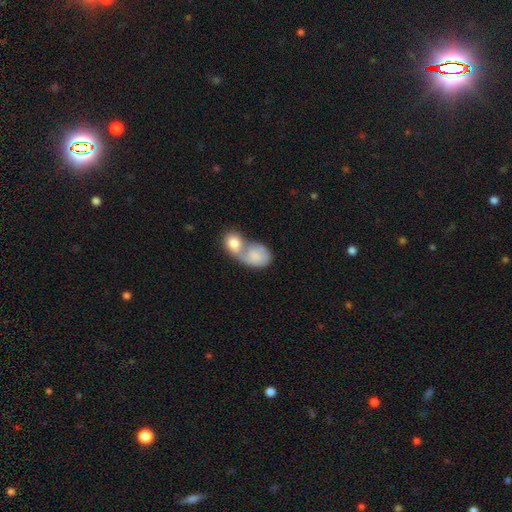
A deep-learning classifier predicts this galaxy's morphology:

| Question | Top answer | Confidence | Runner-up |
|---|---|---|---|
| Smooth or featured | smooth | 70% | featured or disk (24%) |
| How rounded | in between | 64% | round (34%) |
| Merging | merger | 76% | none (11%) |